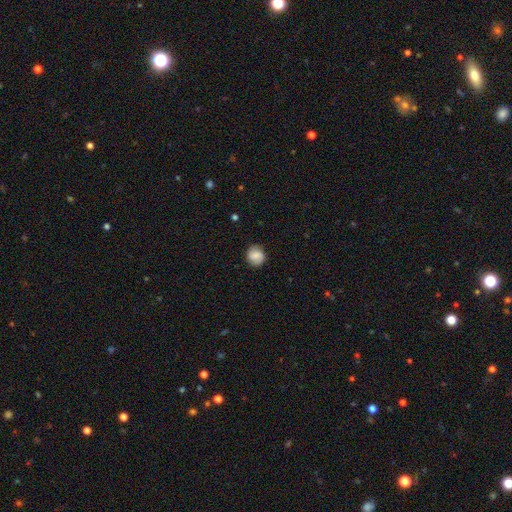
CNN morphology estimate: The model was most divided on "smooth or featured": smooth: 77%, featured or disk: 14%, star or artifact: 8%. More confident: how rounded — round (85%); merging — none (85%).